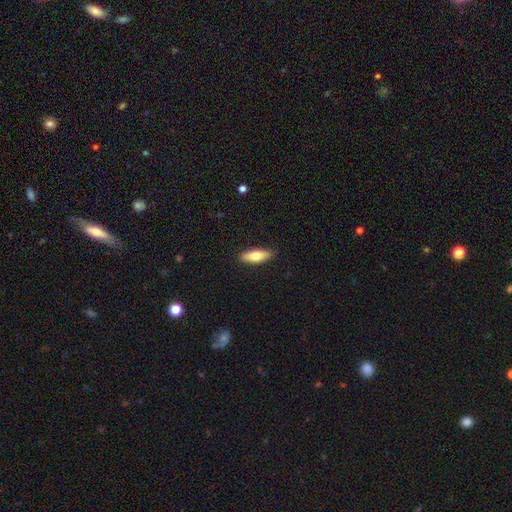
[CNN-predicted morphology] Smooth or featured?
  - smooth: 69% *
  - featured or disk: 25%
  - star or artifact: 6%
How rounded?
  - in between: 55% *
  - cigar-shaped: 42%
  - round: 2%
Merging?
  - none: 89% *
  - minor disturbance: 9%
  - major disturbance: 2%
  - merger: 1%